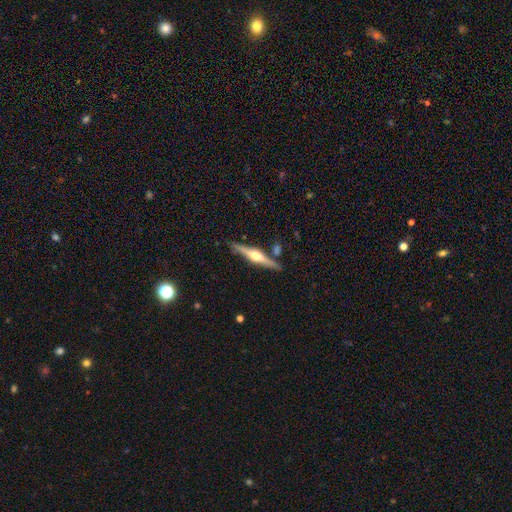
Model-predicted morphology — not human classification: smooth-or-featured: featured or disk: 75% | smooth: 20% | star or artifact: 5%
  disk-edge-on: yes: 98% | no: 2%
    edge-on-bulge: rounded: 92% | boxy: 5% | none: 3%
  merging: none: 85% | minor disturbance: 9% | merger: 5% | major disturbance: 2%